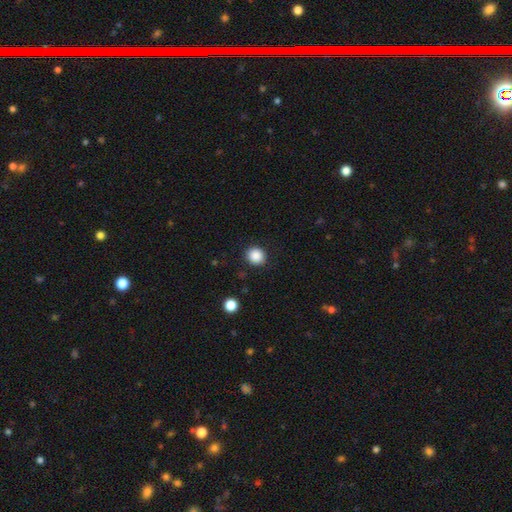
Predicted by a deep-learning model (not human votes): smooth_or_featured: smooth (p=0.87) [alt: star or artifact p=0.10]
how_rounded: round (p=0.84) [alt: in between p=0.15]
merging: none (p=0.89) [alt: minor disturbance p=0.08]